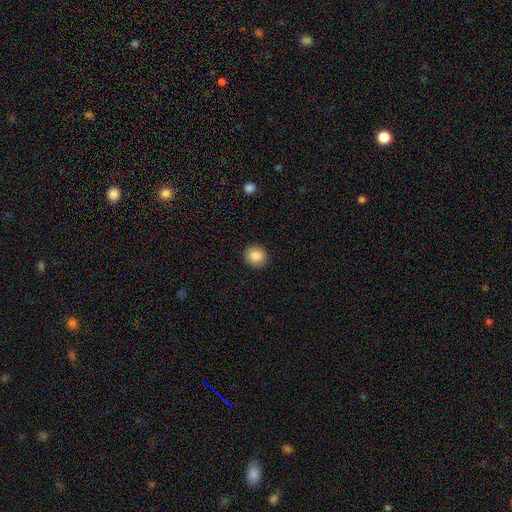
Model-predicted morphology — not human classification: type=smooth (85%); roundness=round (84%); merging=none (91%).